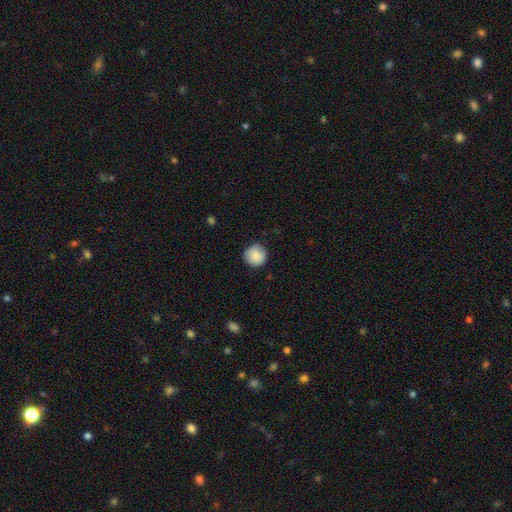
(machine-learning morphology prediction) This is clearly a smooth galaxy (87%). How rounded: clearly round (94%). Merging: clearly none (87%).